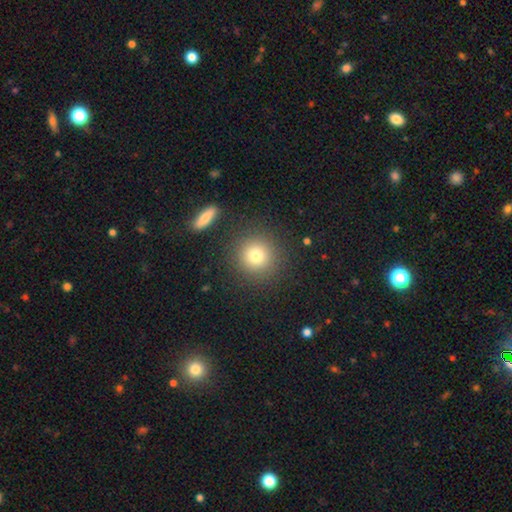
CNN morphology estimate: A smooth galaxy with no disk features (77%) that is round (93%). Merging: none (87%).